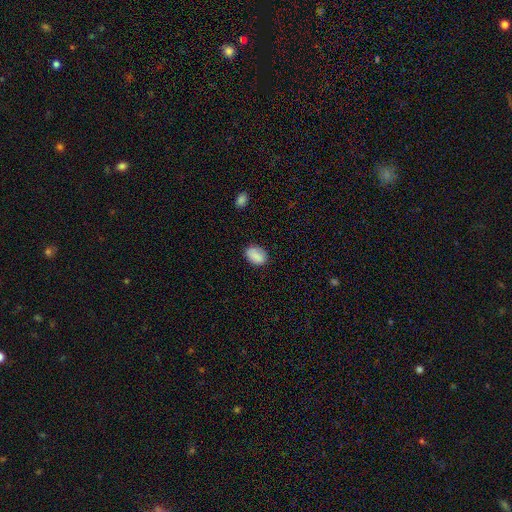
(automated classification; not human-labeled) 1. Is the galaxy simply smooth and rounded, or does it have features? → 87% smooth, 8% star or artifact, 5% featured or disk.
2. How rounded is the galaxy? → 79% in between, 20% round, 1% cigar-shaped.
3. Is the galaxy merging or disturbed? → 80% none, 16% minor disturbance, 3% major disturbance, 1% merger.